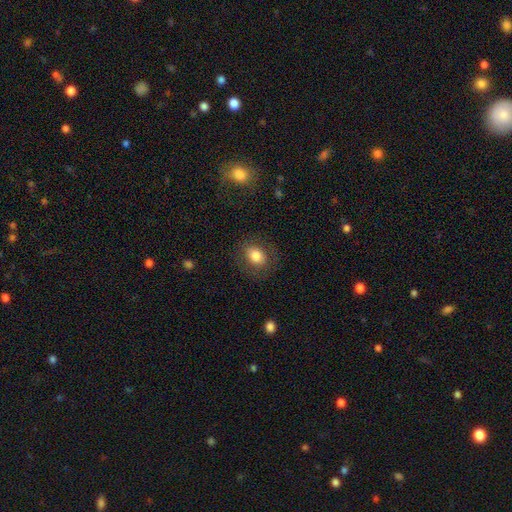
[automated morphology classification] Smooth or featured? Predicted: smooth (p=0.77). How rounded? Predicted: in between (p=0.54). Merging? Predicted: none (p=0.81).